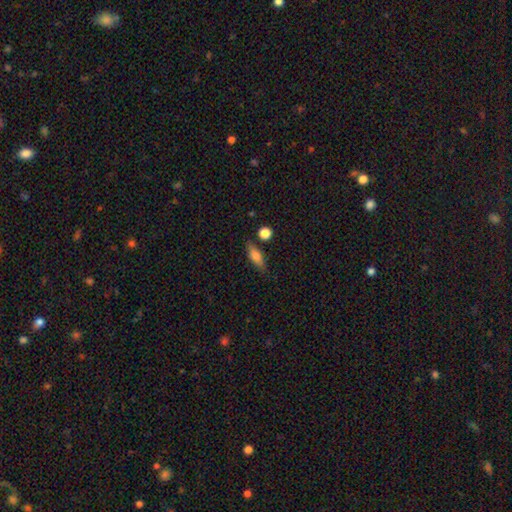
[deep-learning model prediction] Smooth or featured? smooth (71%)
How rounded? in between (55%)
Merging? none (78%)